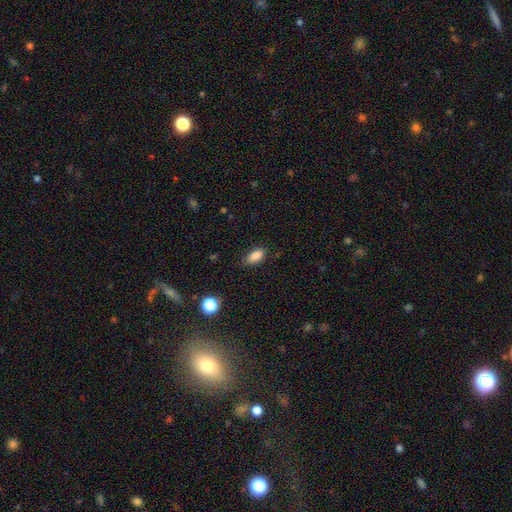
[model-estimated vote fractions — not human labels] smooth-or-featured: smooth: 86% | star or artifact: 9% | featured or disk: 5%
  how-rounded: in between: 89% | cigar-shaped: 6% | round: 5%
  merging: none: 76% | minor disturbance: 19% | major disturbance: 4% | merger: 1%